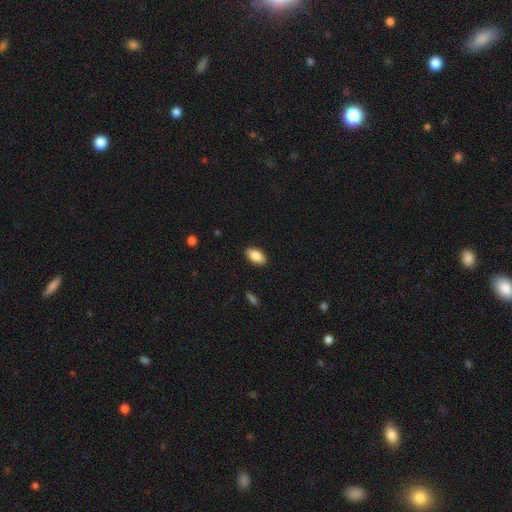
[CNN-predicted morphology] A smooth galaxy with no disk features (86%) that is in between round and cigar-shaped (92%).

Vote fractions:
- Smooth or featured? smooth: 86% / featured or disk: 8% / star or artifact: 7%
- How rounded? in between: 92% / cigar-shaped: 5% / round: 3%
- Merging? none: 89% / minor disturbance: 8% / major disturbance: 2% / merger: 1%